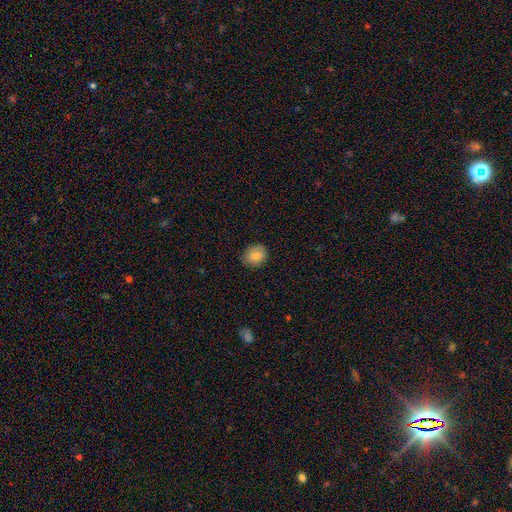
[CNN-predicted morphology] This is clearly a smooth galaxy (82%). How rounded: possibly round (59%). Merging: clearly none (84%).